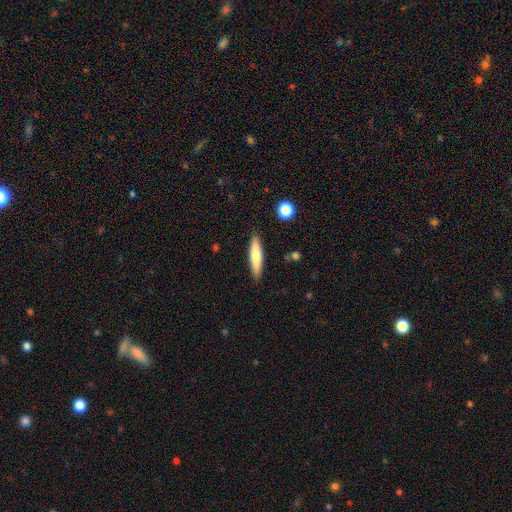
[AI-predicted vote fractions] Q: Smooth or featured?
A: smooth (66%); runner-up: featured or disk (29%)
Q: How rounded?
A: cigar-shaped (79%); runner-up: in between (19%)
Q: Merging?
A: none (88%); runner-up: minor disturbance (8%)